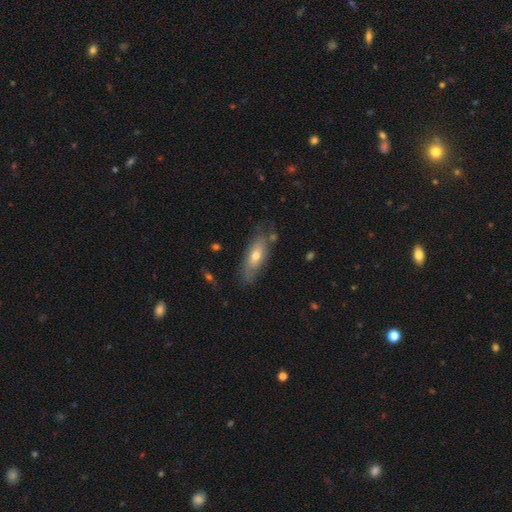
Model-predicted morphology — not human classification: Smooth or featured: smooth — 54% (featured or disk — 39%)
How rounded: in between — 67% (cigar-shaped — 30%)
Merging: none — 71% (minor disturbance — 21%)